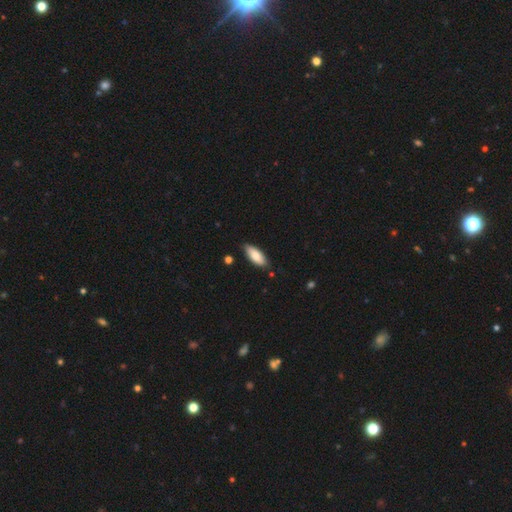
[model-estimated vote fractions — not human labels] Smooth or featured? smooth (82%)
How rounded? in between (80%)
Merging? none (82%)